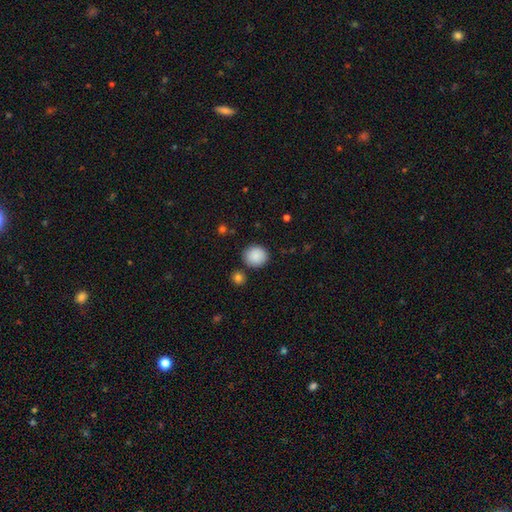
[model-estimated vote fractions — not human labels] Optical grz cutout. It shows a smooth galaxy with no disk features (88%) that is round (83%). Merging: none (83%).